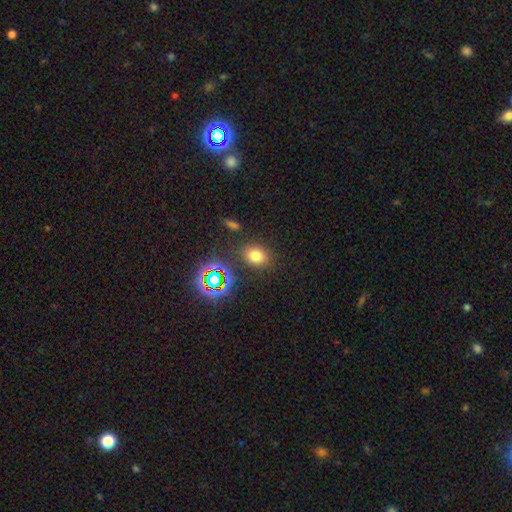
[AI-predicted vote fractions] Smooth or featured: smooth — 71% (star or artifact — 21%)
How rounded: in between — 55% (round — 44%)
Merging: none — 82% (minor disturbance — 10%)